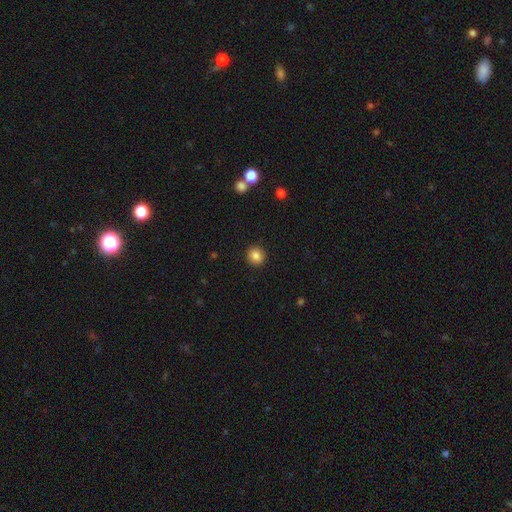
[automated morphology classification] This appears to be a smooth galaxy with no disk features (85%) that is round (91%). Merging: none (92%).